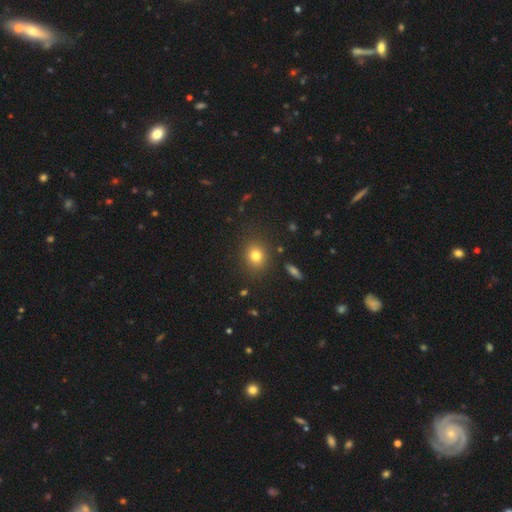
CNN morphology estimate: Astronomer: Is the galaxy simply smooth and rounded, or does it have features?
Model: smooth — 79%.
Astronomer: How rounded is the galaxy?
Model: round — 72%.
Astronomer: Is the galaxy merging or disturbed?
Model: none — 87%.